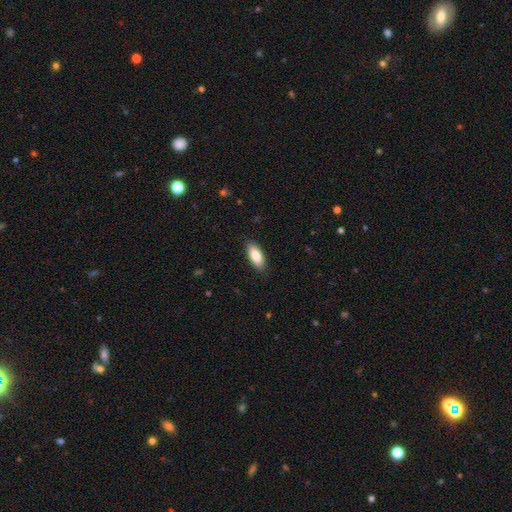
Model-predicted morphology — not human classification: Smooth or featured? smooth (85%)
How rounded? in between (83%)
Merging? none (87%)